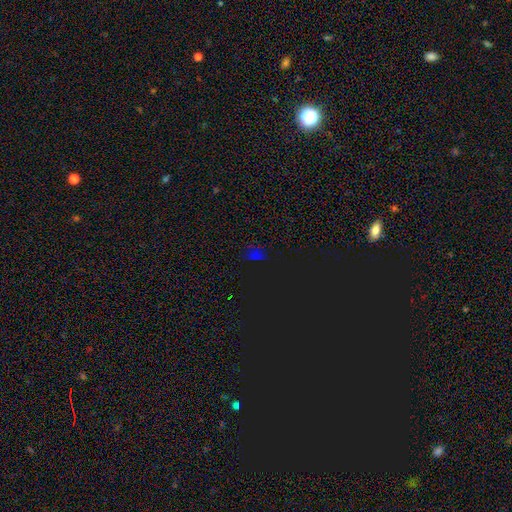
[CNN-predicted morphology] Smooth or featured? star or artifact (63%)